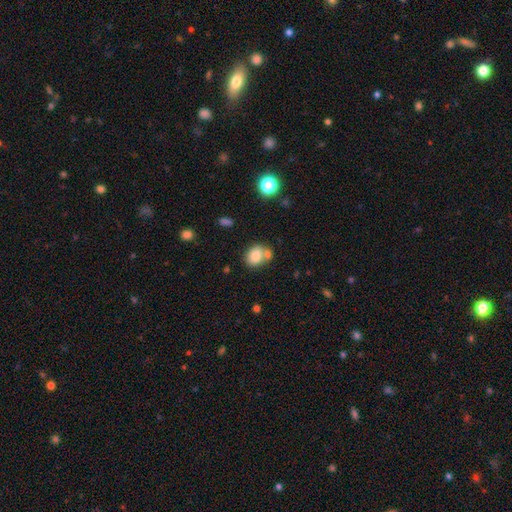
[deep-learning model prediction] Smooth or featured?
  - smooth: 80% *
  - featured or disk: 10%
  - star or artifact: 10%
How rounded?
  - round: 51% *
  - in between: 48%
  - cigar-shaped: 1%
Merging?
  - none: 54% *
  - merger: 29%
  - minor disturbance: 13%
  - major disturbance: 4%